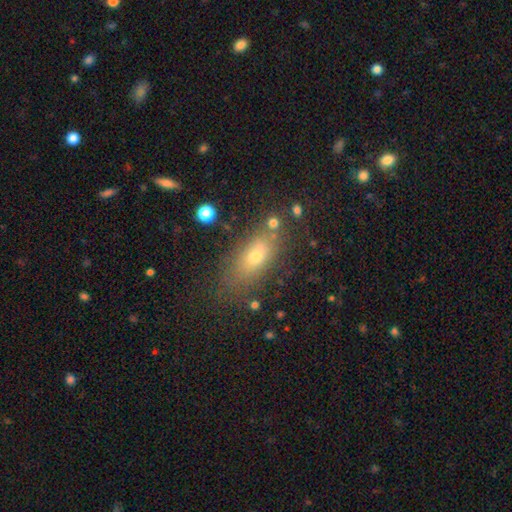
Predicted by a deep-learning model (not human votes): Morphology: type=smooth (68%); roundness=in between (77%); merging=none (74%).